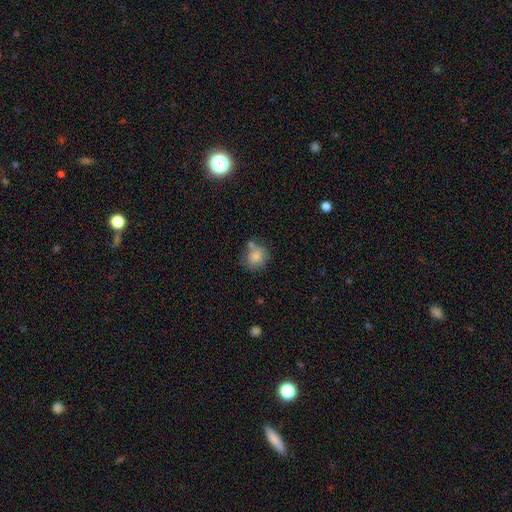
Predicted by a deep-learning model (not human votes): A smooth galaxy with no disk features (79%) that is round (74%). Merging: none (52%).